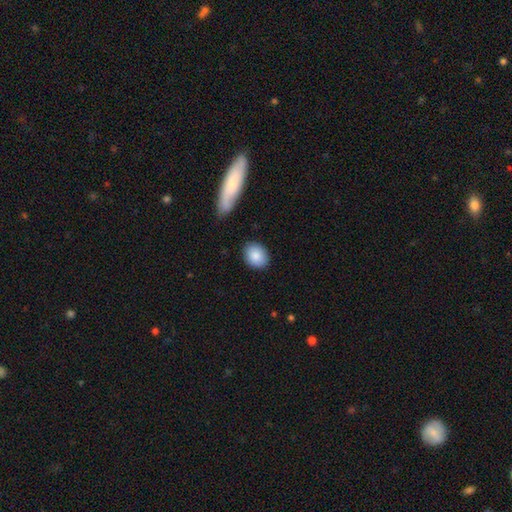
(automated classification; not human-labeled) Smooth or featured? smooth (86%)
How rounded? in between (54%)
Merging? none (87%)